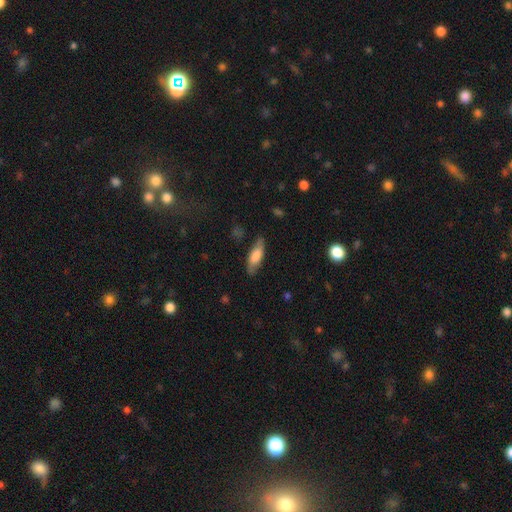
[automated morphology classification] Smooth or featured?
  - smooth: 66% *
  - featured or disk: 28%
  - star or artifact: 7%
How rounded?
  - in between: 57% *
  - cigar-shaped: 41%
  - round: 2%
Merging?
  - none: 77% *
  - minor disturbance: 17%
  - major disturbance: 4%
  - merger: 2%